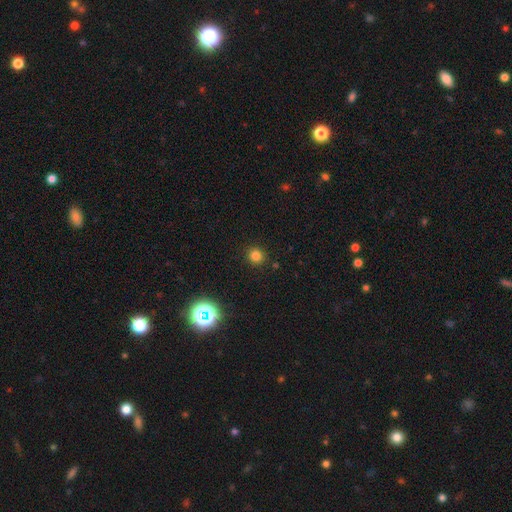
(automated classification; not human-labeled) Smooth or featured? Predicted: smooth (p=0.79). How rounded? Predicted: round (p=0.92). Merging? Predicted: none (p=0.91).